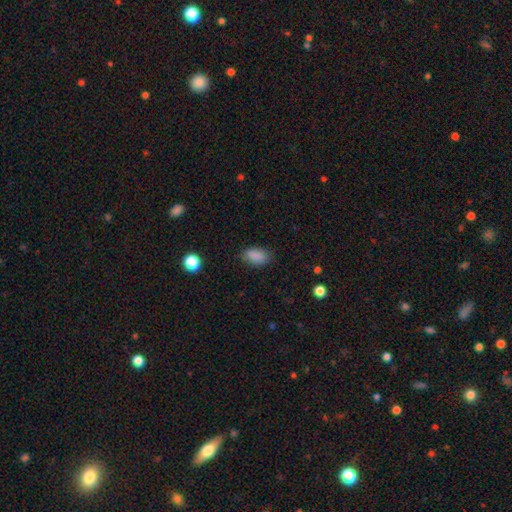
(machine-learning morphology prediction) The model was most divided on "merging": none: 79%, minor disturbance: 16%, major disturbance: 4%, merger: 1%. More confident: how rounded — in between (90%); smooth or featured — smooth (86%).